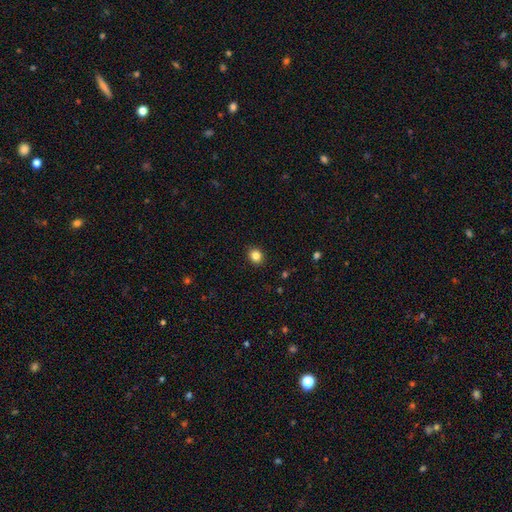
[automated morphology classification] Smooth or featured? Predicted: smooth (p=0.84). How rounded? Predicted: round (p=0.71). Merging? Predicted: none (p=0.91).